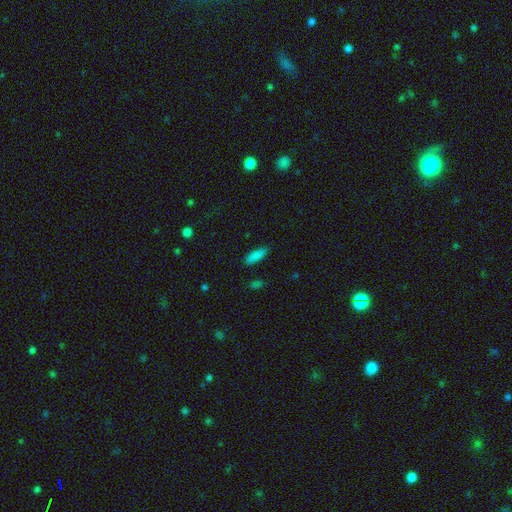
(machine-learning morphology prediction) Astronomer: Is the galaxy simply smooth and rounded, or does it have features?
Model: smooth — 86%.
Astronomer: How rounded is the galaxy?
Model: in between — 57% (runner-up: cigar-shaped, 41%).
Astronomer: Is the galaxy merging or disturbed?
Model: none — 85%.